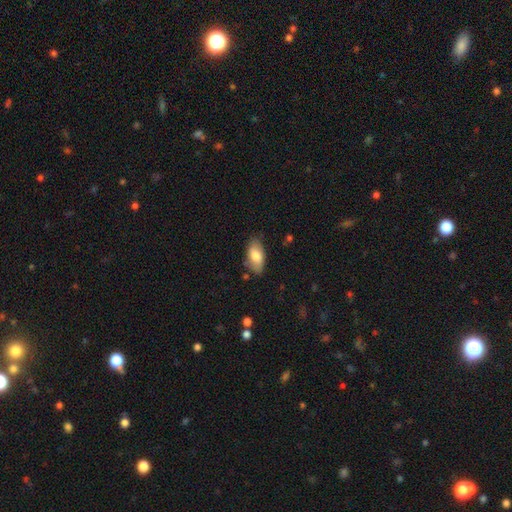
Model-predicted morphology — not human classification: type=smooth (80%); roundness=in between (92%); merging=none (75%).